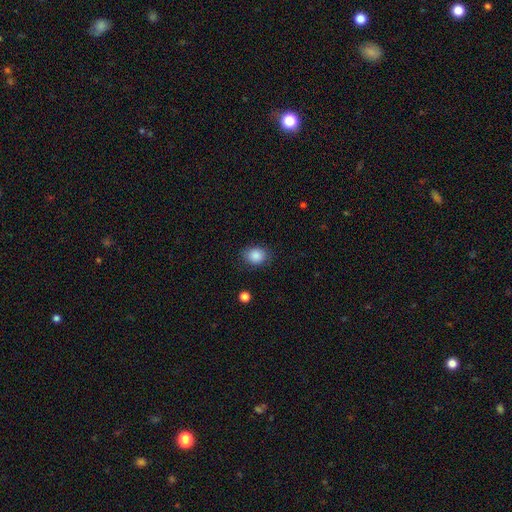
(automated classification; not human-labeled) Smooth or featured: smooth — 87% (star or artifact — 9%)
How rounded: round — 55% (in between — 44%)
Merging: none — 83% (minor disturbance — 13%)